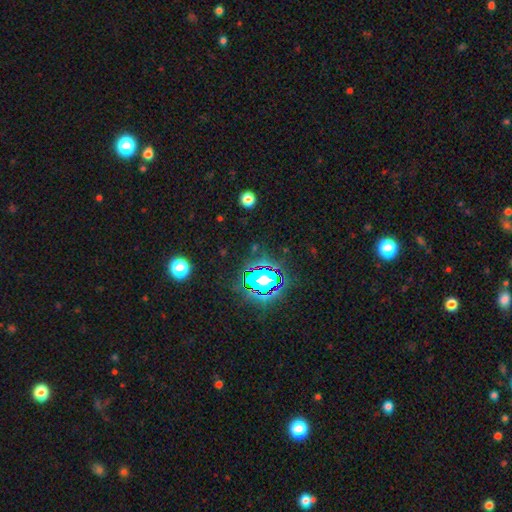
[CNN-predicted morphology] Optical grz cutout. It shows a star or artifact, not a galaxy (81%).